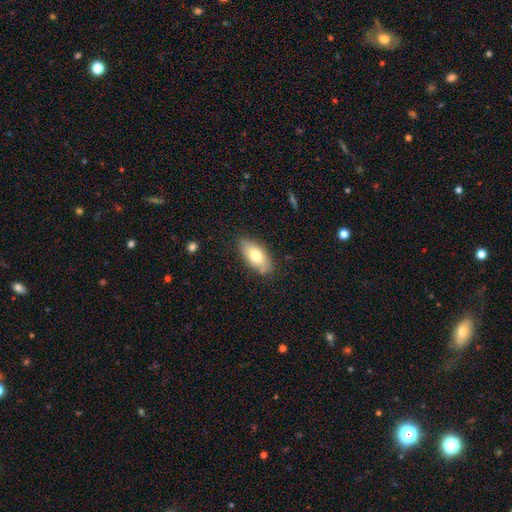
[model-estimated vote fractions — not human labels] The model was most divided on "smooth or featured": smooth: 71%, featured or disk: 22%, star or artifact: 7%. More confident: how rounded — in between (89%); merging — none (81%).